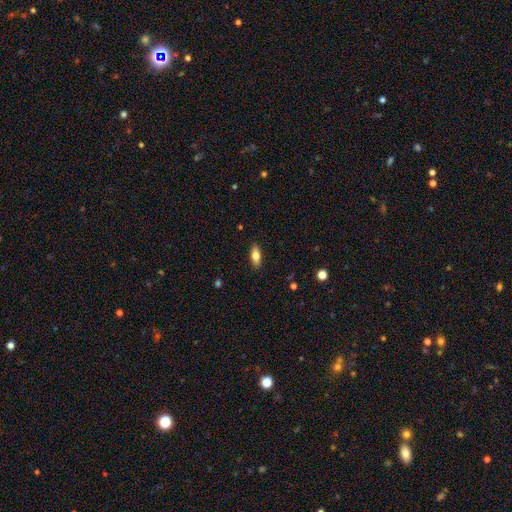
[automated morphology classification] A smooth galaxy with no disk features (78%) that is in between round and cigar-shaped (81%).

Vote fractions:
- Smooth or featured? smooth: 78% / featured or disk: 15% / star or artifact: 7%
- How rounded? in between: 81% / cigar-shaped: 16% / round: 3%
- Merging? none: 88% / minor disturbance: 9% / major disturbance: 2% / merger: 1%